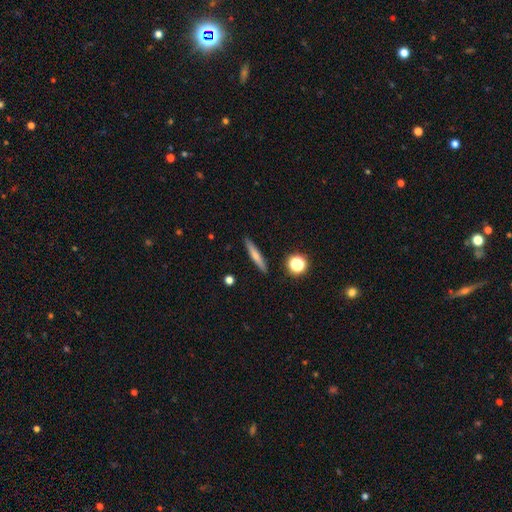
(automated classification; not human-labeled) A smooth galaxy with no disk features (62%) that is cigar-shaped (90%).

Vote fractions:
- Smooth or featured? smooth: 62% / featured or disk: 29% / star or artifact: 8%
- How rounded? cigar-shaped: 90% / in between: 7% / round: 3%
- Merging? none: 90% / minor disturbance: 7% / major disturbance: 2% / merger: 2%